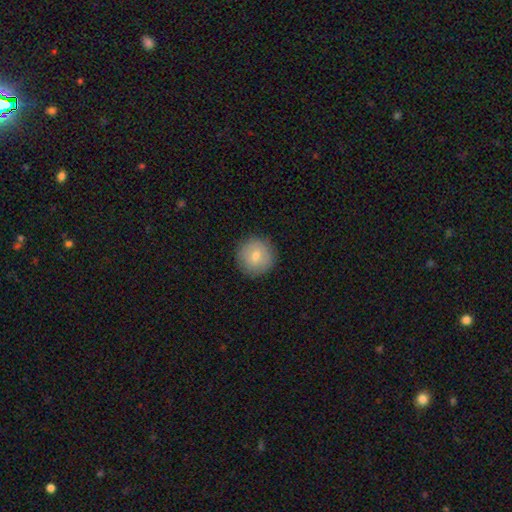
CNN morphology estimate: The model was most divided on "smooth or featured": smooth: 72%, featured or disk: 19%, star or artifact: 9%. More confident: how rounded — round (95%); merging — none (91%).